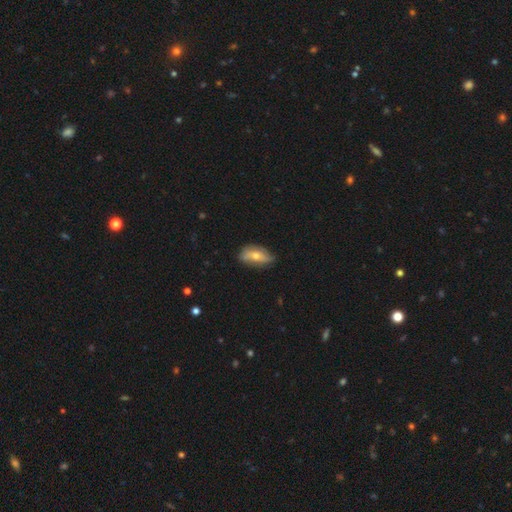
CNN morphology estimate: A smooth galaxy with no disk features (49%).

Vote fractions:
- Smooth or featured? smooth: 49% / featured or disk: 43% / star or artifact: 8%
- Merging? none: 63% / minor disturbance: 28% / major disturbance: 6% / merger: 2%